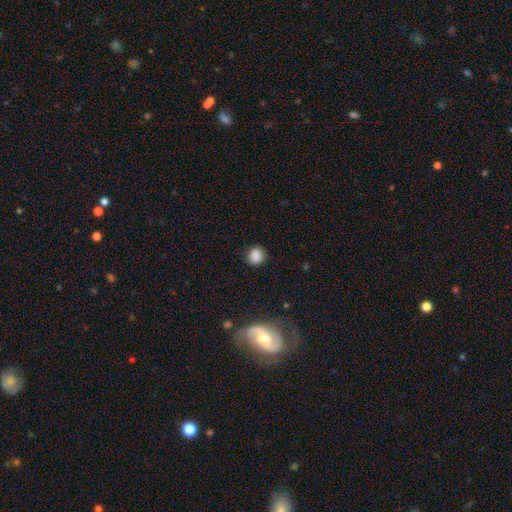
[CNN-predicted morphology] This is clearly a smooth galaxy (85%). How rounded: likely round (72%). Merging: clearly none (84%).